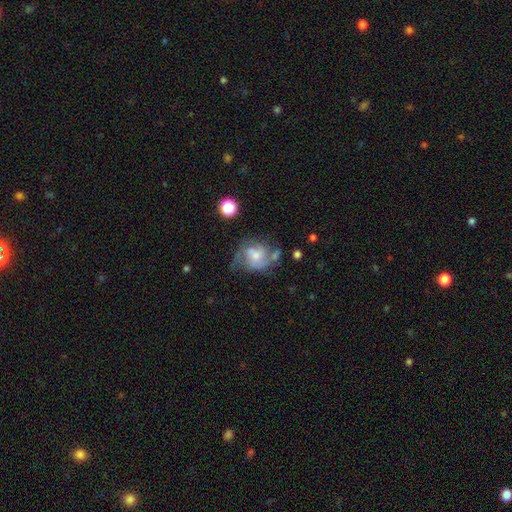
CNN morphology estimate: smooth-or-featured: featured or disk: 62% | smooth: 30% | star or artifact: 8%
  disk-edge-on: no: 97% | yes: 3%
    bar: no: 64% | weak: 31% | strong: 5%
    has-spiral-arms: yes: 80% | no: 20%
    bulge-size: small: 43% | moderate: 41% | none: 8% | large: 6% | dominant: 2%
  merging: none: 43% | minor disturbance: 25% | major disturbance: 23% | merger: 8%